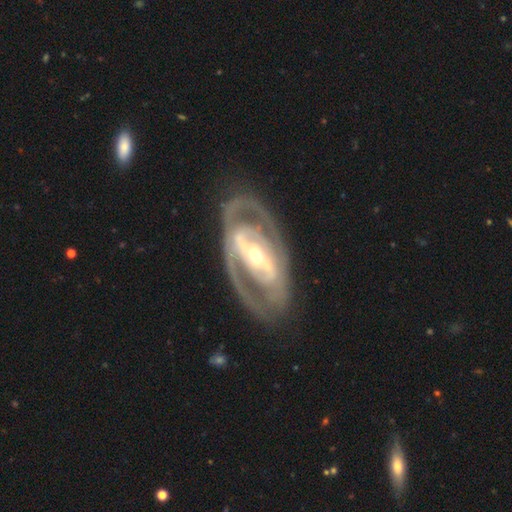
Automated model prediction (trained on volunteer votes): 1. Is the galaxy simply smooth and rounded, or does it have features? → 85% featured or disk, 10% smooth, 5% star or artifact.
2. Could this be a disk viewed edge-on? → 92% no, 8% yes.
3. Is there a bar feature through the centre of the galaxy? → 56% strong, 25% weak, 19% no.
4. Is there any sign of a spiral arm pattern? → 70% yes, 30% no.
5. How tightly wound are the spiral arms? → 52% tight, 35% medium, 13% loose.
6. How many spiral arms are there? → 69% 2, 19% can't tell, 5% 1, 5% 3, 2% 4, 2% more than 4.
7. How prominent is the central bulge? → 47% small (tied), 47% moderate (tied), 4% large, 1% dominant, 1% none.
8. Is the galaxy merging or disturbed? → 74% none, 14% minor disturbance, 10% major disturbance, 2% merger.